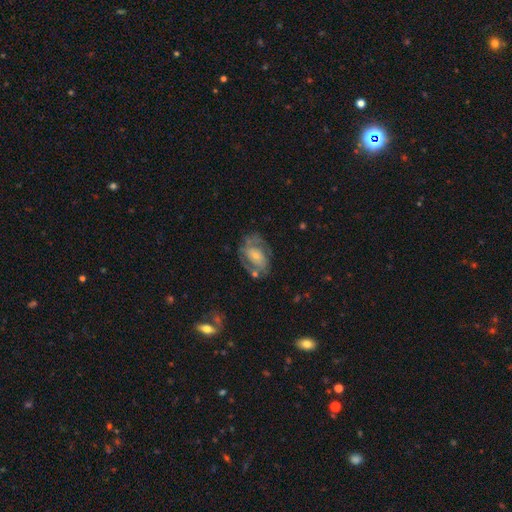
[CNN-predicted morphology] Smooth or featured? featured or disk (70%)
Edge-on disk? no (96%)
Bar? no (58%)
Spiral arms? yes (76%)
Spiral winding? medium (42%)
Spiral arm count? 2 (60%)
Bulge size? small (61%)
Merging? none (58%)